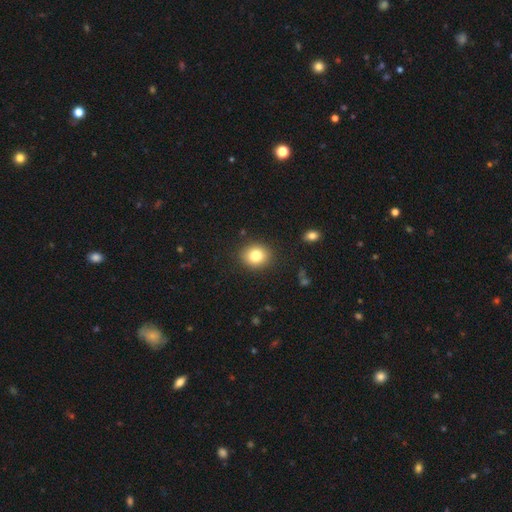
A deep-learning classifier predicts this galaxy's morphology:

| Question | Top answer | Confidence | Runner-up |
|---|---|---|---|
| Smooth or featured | smooth | 81% | star or artifact (10%) |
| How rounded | round | 74% | in between (25%) |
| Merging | none | 89% | minor disturbance (7%) |